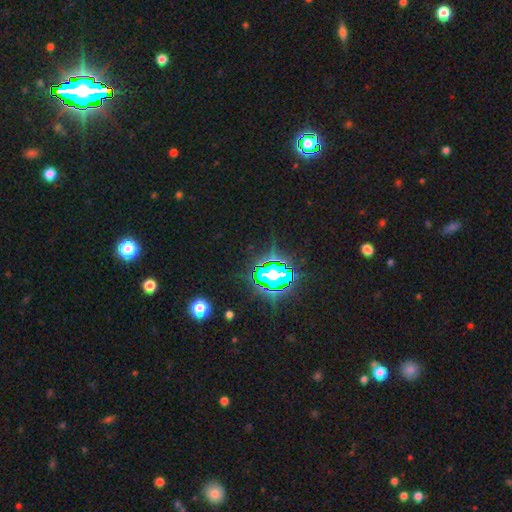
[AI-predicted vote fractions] A star or artifact, not a galaxy (81%).

Vote fractions:
- Smooth or featured? star or artifact: 81% / smooth: 12% / featured or disk: 7%